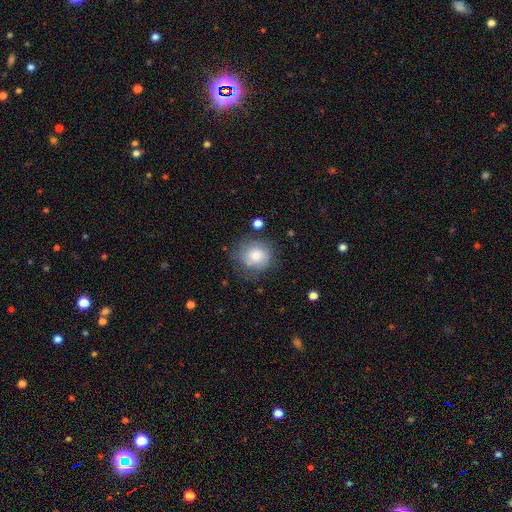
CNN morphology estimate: A smooth galaxy with no disk features (74%) that is round (85%).

Vote fractions:
- Smooth or featured? smooth: 74% / featured or disk: 18% / star or artifact: 8%
- How rounded? round: 85% / in between: 14% / cigar-shaped: 1%
- Merging? none: 66% / minor disturbance: 21% / major disturbance: 9% / merger: 3%